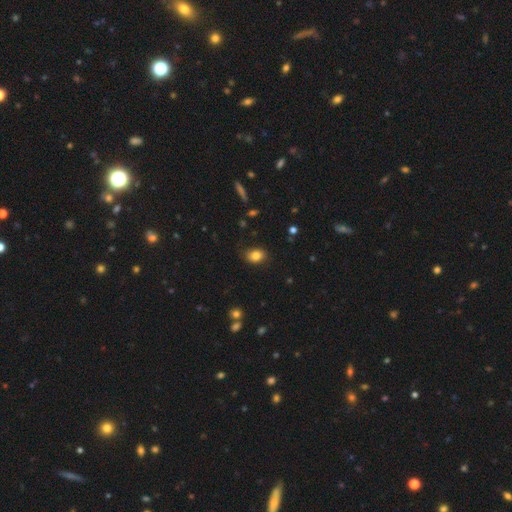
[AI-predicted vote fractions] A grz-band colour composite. It shows a smooth galaxy with no disk features (82%) that is in between round and cigar-shaped (64%). Merging: none (82%).